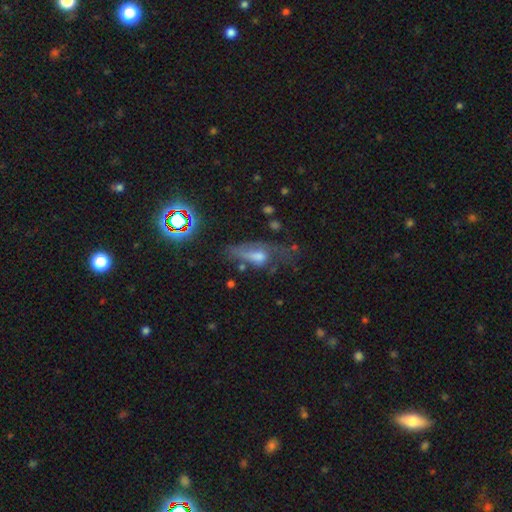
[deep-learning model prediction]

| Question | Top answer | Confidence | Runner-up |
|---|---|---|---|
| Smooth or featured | smooth | 43% | featured or disk (36%) |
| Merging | none | 34% | tied: major disturbance (34%) |